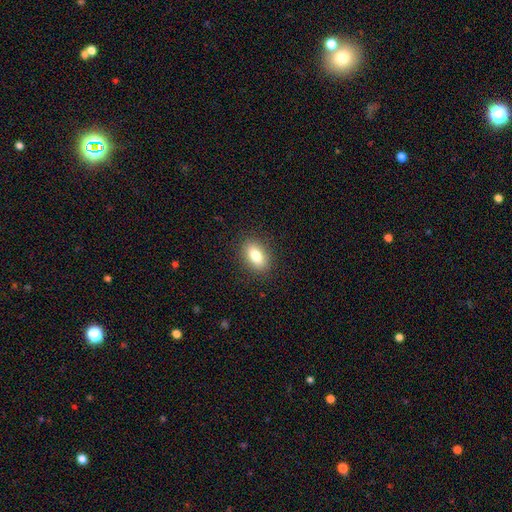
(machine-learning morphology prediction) smooth 80%, featured or disk 12%, star or artifact 9%. Down the decision tree: how rounded — in between (87%); merging — none (88%).